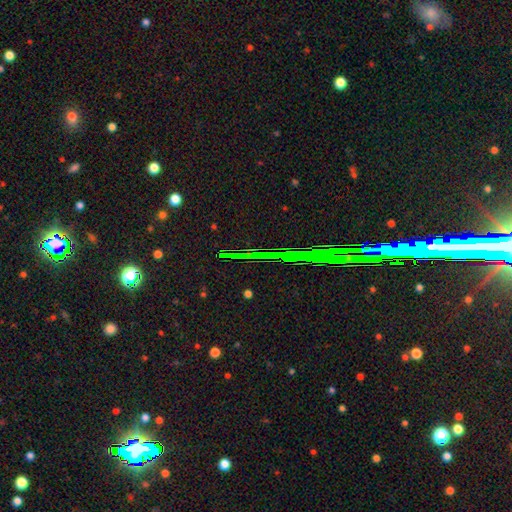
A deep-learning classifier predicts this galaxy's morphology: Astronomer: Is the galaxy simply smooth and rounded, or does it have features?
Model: star or artifact — 78%.